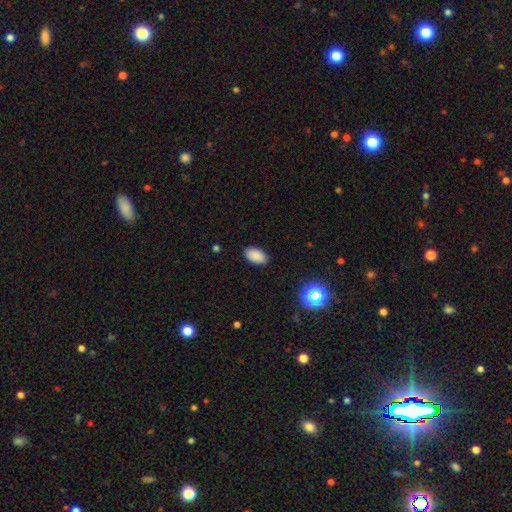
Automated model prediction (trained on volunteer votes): A smooth galaxy with no disk features (87%) that is in between round and cigar-shaped (94%).

Vote fractions:
- Smooth or featured? smooth: 87% / star or artifact: 10% / featured or disk: 3%
- How rounded? in between: 94% / round: 5% / cigar-shaped: 1%
- Merging? none: 88% / minor disturbance: 9% / major disturbance: 2% / merger: 1%